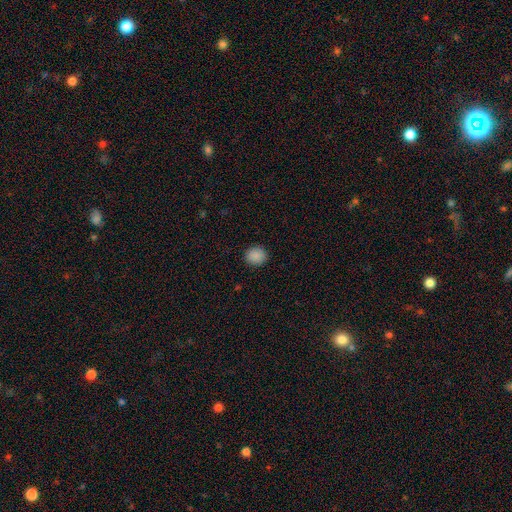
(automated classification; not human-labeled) Morphology: type=smooth (89%); roundness=round (75%); merging=none (91%).